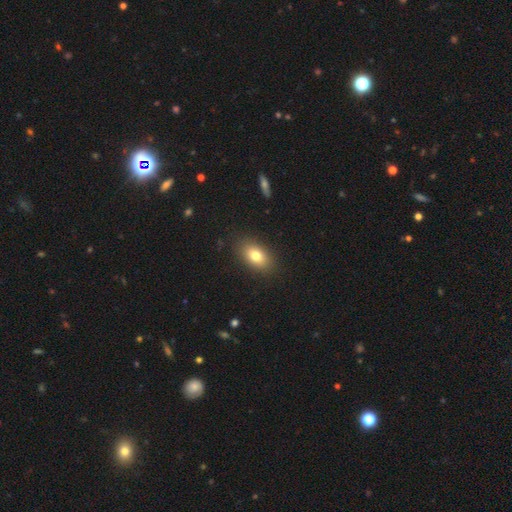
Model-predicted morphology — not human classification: type=smooth (78%); roundness=in between (87%); merging=none (87%).